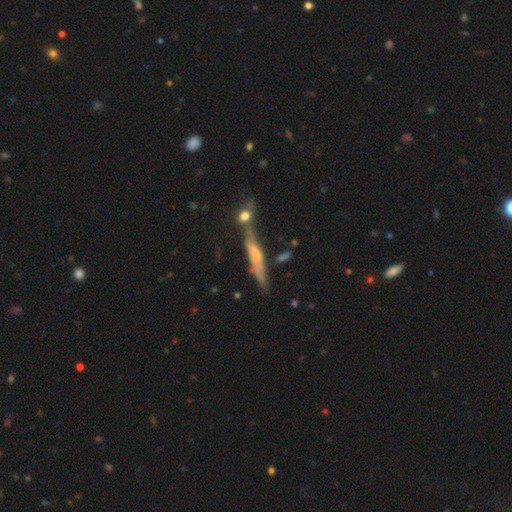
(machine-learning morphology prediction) Smooth or featured? featured or disk (55%)
Edge-on disk? yes (81%)
Merging? none (54%)